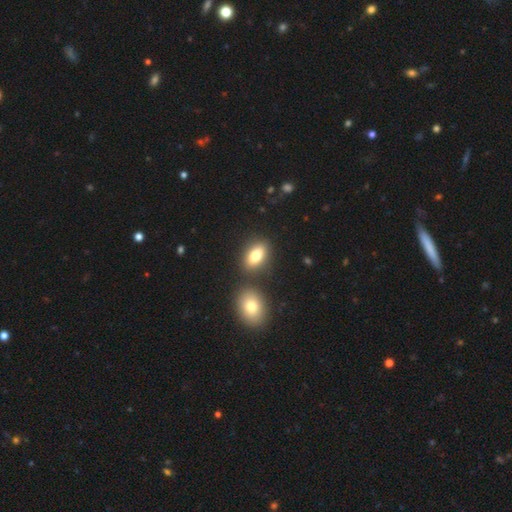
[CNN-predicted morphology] A smooth galaxy with no disk features (77%) that is in between round and cigar-shaped (86%).

Vote fractions:
- Smooth or featured? smooth: 77% / featured or disk: 14% / star or artifact: 9%
- How rounded? in between: 86% / round: 10% / cigar-shaped: 4%
- Merging? none: 72% / merger: 15% / minor disturbance: 9% / major disturbance: 3%